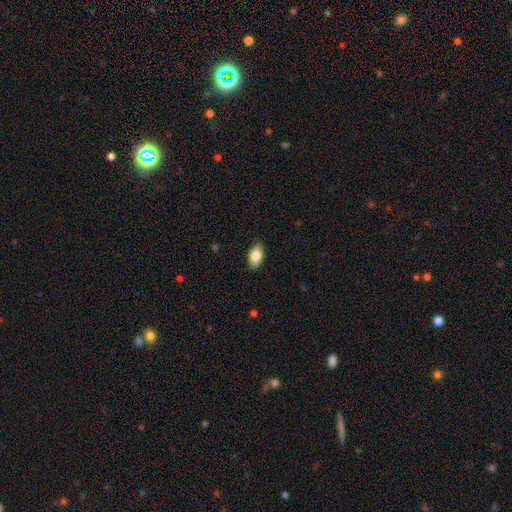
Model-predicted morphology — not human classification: This is clearly a smooth galaxy (83%). How rounded: clearly in between (93%). Merging: clearly none (89%).